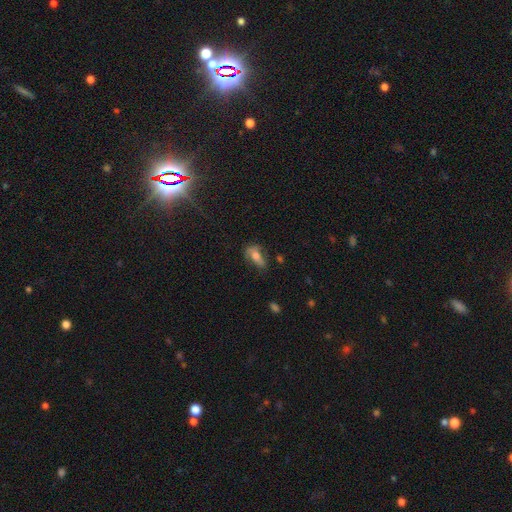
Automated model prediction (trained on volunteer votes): Morphology: type=smooth (59%); roundness=in between (79%); merging=none (47%).